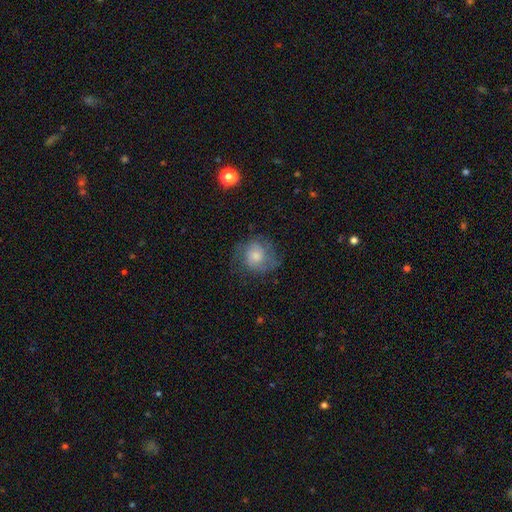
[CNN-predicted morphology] This is possibly a smooth galaxy (57%). How rounded: likely round (78%). Merging: possibly none (56%).